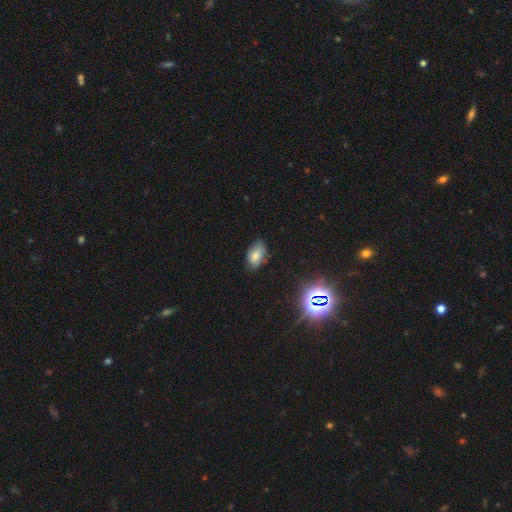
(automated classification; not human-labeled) This is likely a smooth galaxy (70%). How rounded: clearly in between (92%). Merging: likely none (69%).